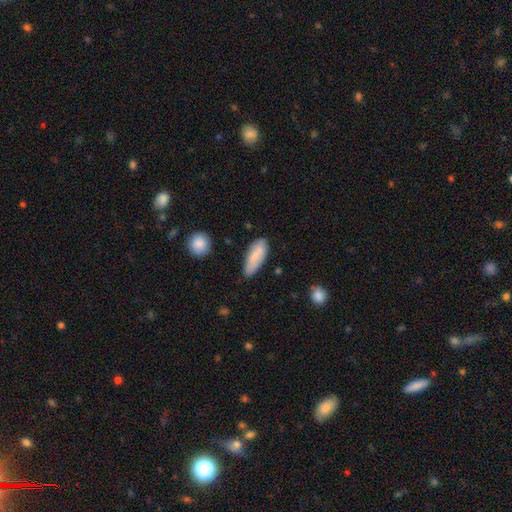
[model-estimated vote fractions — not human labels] Smooth or featured: smooth — 80% (featured or disk — 14%)
How rounded: in between — 73% (cigar-shaped — 25%)
Merging: none — 69% (minor disturbance — 23%)